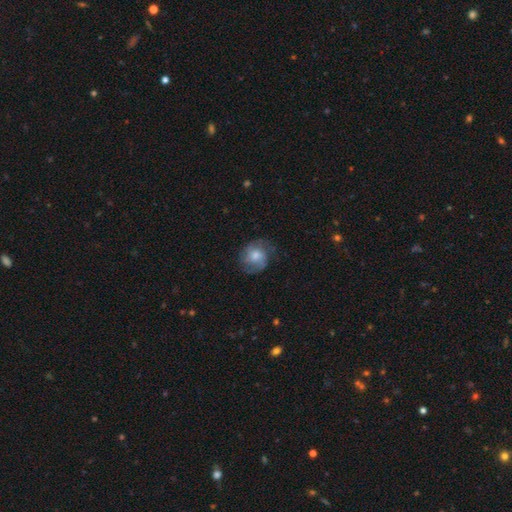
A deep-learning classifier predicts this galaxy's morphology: Q: Smooth or featured?
A: smooth (48%); runner-up: featured or disk (44%)
Q: Merging?
A: none (63%); runner-up: minor disturbance (23%)